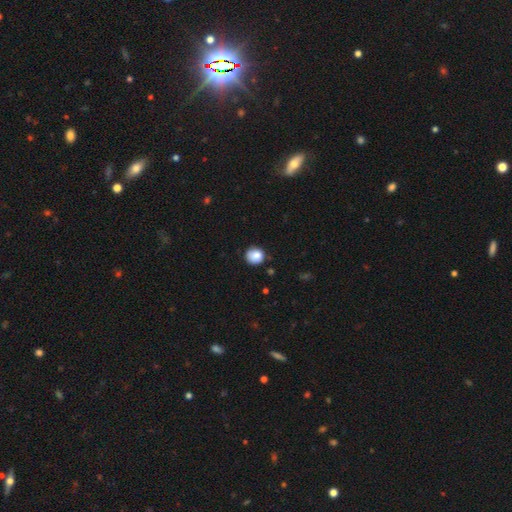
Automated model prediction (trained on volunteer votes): Q: Smooth or featured?
A: smooth (86%); runner-up: star or artifact (9%)
Q: How rounded?
A: round (89%); runner-up: in between (10%)
Q: Merging?
A: none (78%); runner-up: minor disturbance (17%)